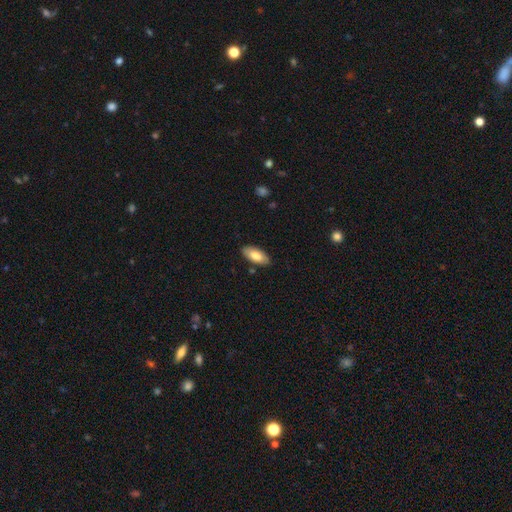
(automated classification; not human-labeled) This is likely a smooth galaxy (79%). How rounded: clearly in between (90%). Merging: clearly none (86%).